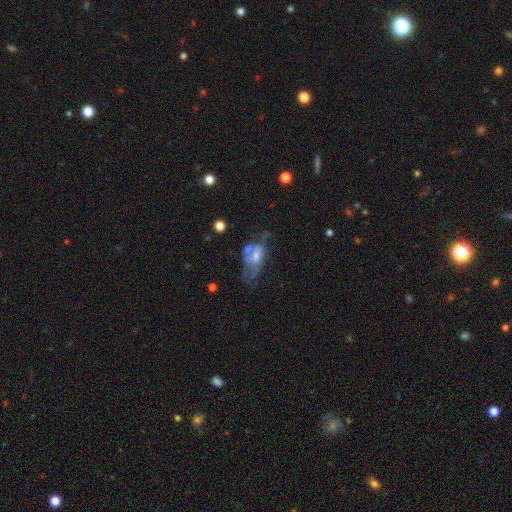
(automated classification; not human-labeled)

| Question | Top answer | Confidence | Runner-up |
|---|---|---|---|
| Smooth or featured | featured or disk | 46% | smooth (40%) |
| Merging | major disturbance | 32% | none (26%) |